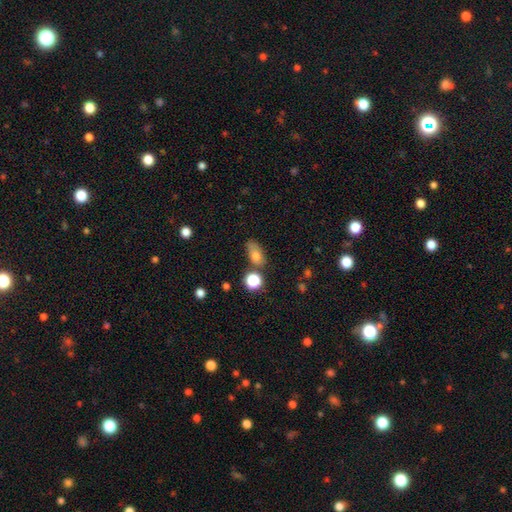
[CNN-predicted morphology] A smooth galaxy with no disk features (76%) that is in between round and cigar-shaped (79%). Merging: none (56%).